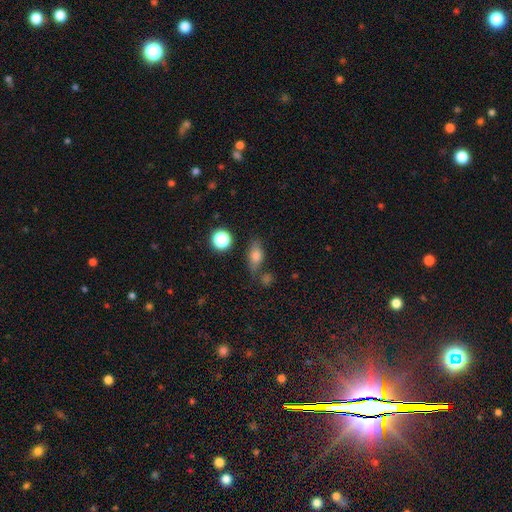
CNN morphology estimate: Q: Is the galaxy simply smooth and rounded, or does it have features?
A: smooth — 70%.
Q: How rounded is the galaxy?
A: in between — 67%.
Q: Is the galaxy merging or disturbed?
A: none — 67%.